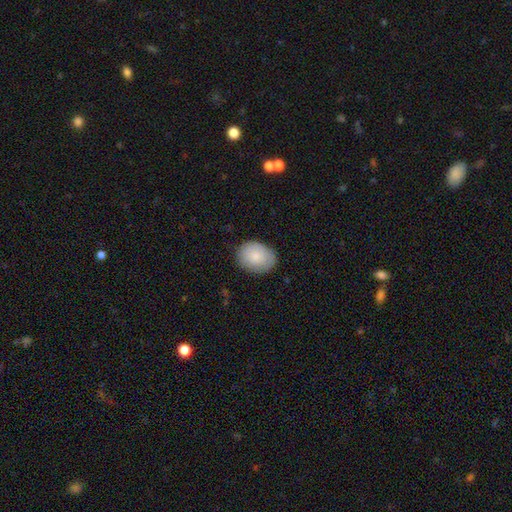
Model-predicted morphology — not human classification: Smooth or featured: smooth — 82% (featured or disk — 12%)
How rounded: in between — 67% (round — 32%)
Merging: none — 81% (minor disturbance — 15%)